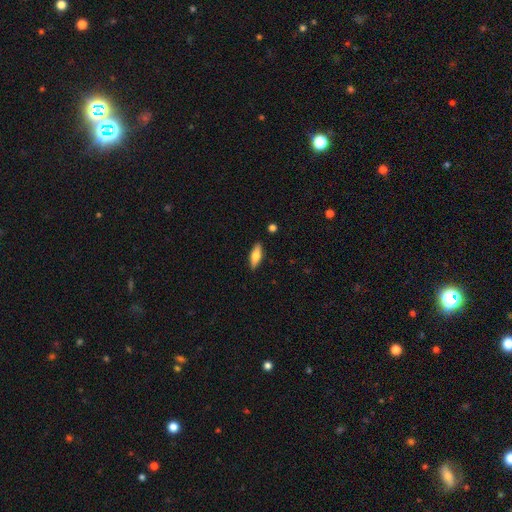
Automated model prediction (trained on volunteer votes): Smooth or featured? smooth (62%)
How rounded? in between (58%)
Merging? none (88%)